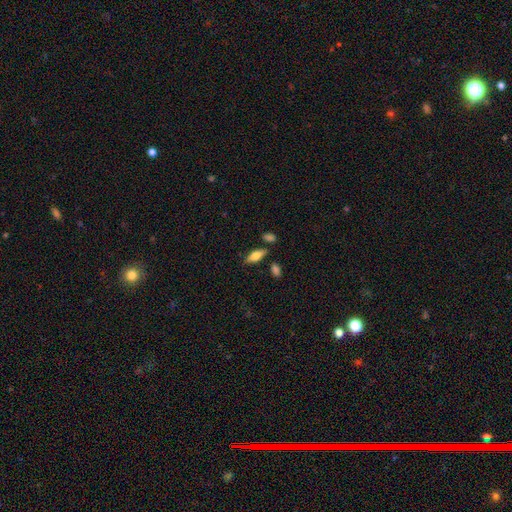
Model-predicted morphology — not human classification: This appears to be a smooth galaxy with no disk features (63%) that is in between round and cigar-shaped (71%). Merging: none (79%).